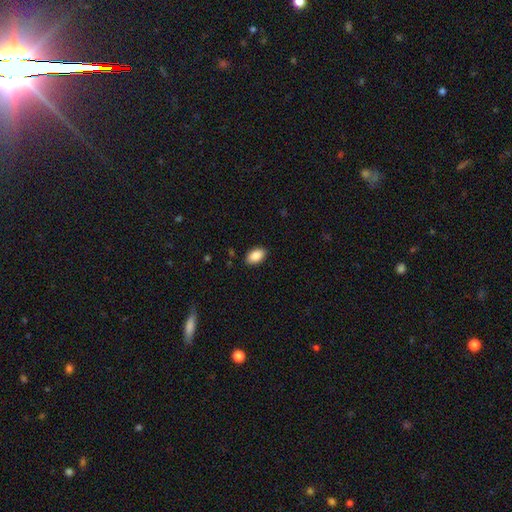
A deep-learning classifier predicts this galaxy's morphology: Q: Smooth or featured?
A: smooth (89%); runner-up: star or artifact (7%)
Q: How rounded?
A: in between (93%); runner-up: round (6%)
Q: Merging?
A: none (88%); runner-up: minor disturbance (9%)